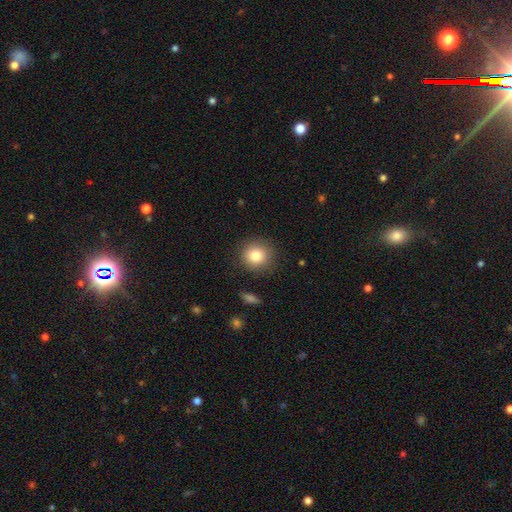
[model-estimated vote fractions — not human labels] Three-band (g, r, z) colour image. It shows a smooth galaxy with no disk features (82%) that is round (90%). Merging: none (88%).